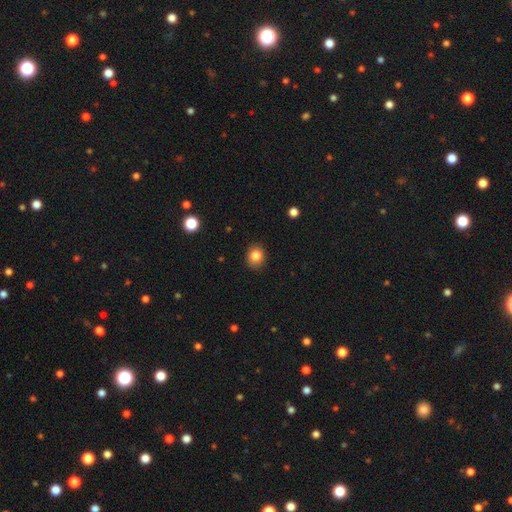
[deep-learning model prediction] Morphology: type=smooth (84%); roundness=round (73%); merging=none (88%).